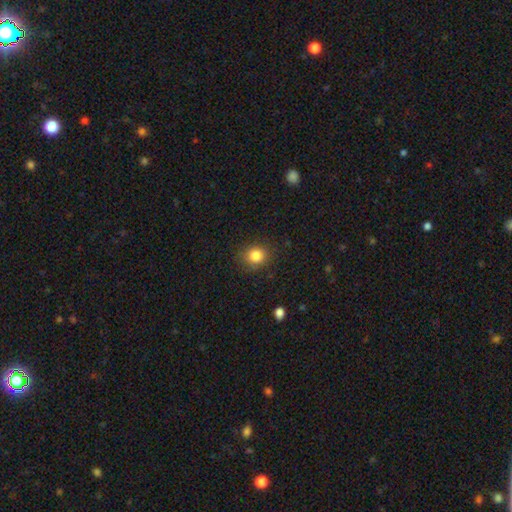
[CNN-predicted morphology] Smooth or featured? Predicted: smooth (p=0.84). How rounded? Predicted: round (p=0.78). Merging? Predicted: none (p=0.85).